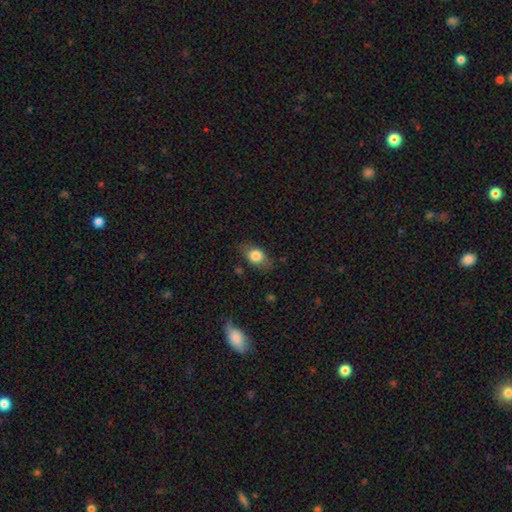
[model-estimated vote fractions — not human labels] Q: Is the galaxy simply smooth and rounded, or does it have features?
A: smooth — 76%.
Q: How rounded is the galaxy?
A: in between — 78%.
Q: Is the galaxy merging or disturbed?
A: none — 76%.